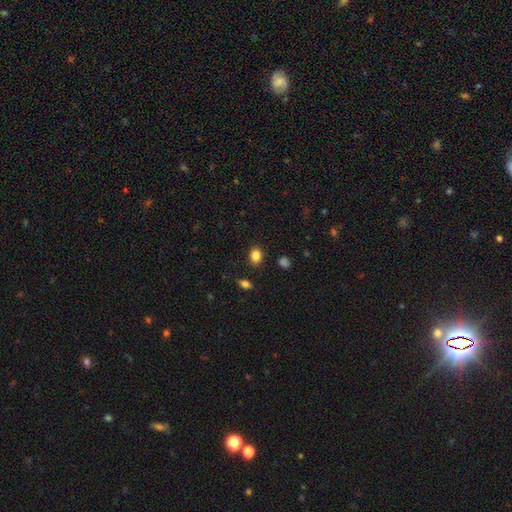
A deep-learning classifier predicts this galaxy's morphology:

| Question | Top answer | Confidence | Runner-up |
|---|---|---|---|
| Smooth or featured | smooth | 85% | star or artifact (10%) |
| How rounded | in between | 62% | round (37%) |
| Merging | none | 87% | minor disturbance (8%) |